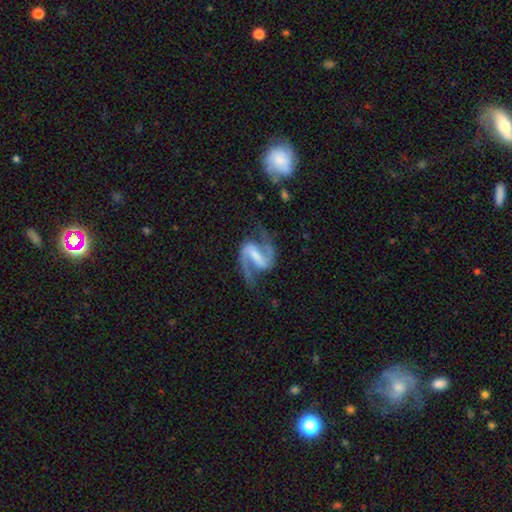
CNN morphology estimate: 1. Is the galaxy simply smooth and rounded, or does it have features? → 91% featured or disk, 5% star or artifact, 4% smooth.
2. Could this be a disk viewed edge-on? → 98% no, 2% yes.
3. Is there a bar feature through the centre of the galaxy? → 58% strong, 33% weak, 9% no.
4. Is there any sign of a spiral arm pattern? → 98% yes, 2% no.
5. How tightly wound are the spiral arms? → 57% medium, 31% loose, 12% tight.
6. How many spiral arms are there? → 94% 2, 1% can't tell, 1% 1, 1% 3, 1% 4, 1% more than 4.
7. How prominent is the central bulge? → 31% small (tied), 31% none (tied), 28% moderate, 8% large, 2% dominant.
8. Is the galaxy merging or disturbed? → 75% none, 15% minor disturbance, 9% major disturbance, 2% merger.